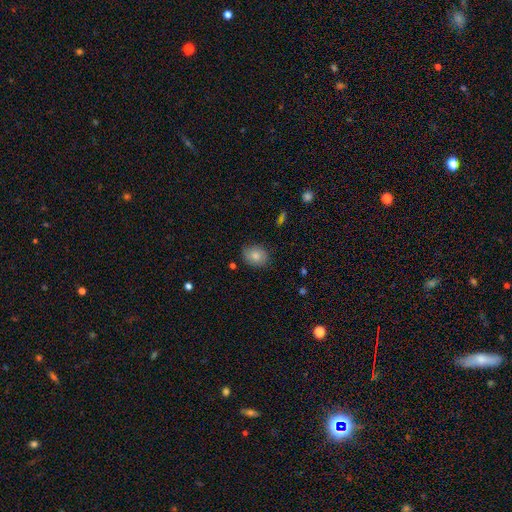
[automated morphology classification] This appears to be a smooth galaxy with no disk features (80%) that is in between round and cigar-shaped (51%). Merging: none (81%).